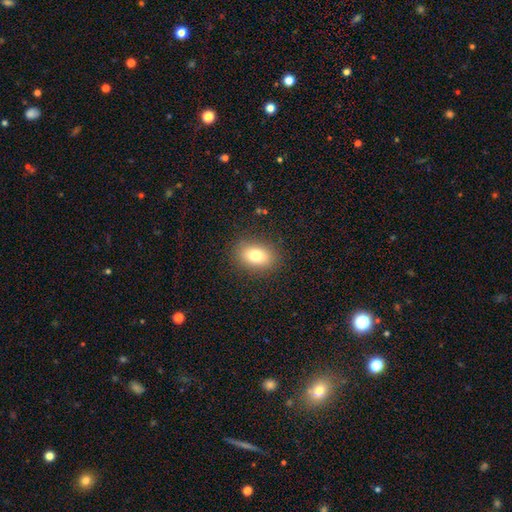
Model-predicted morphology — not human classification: smooth-or-featured: smooth: 79% | featured or disk: 11% | star or artifact: 10%
  how-rounded: in between: 76% | round: 22% | cigar-shaped: 2%
  merging: none: 87% | minor disturbance: 9% | major disturbance: 3% | merger: 1%